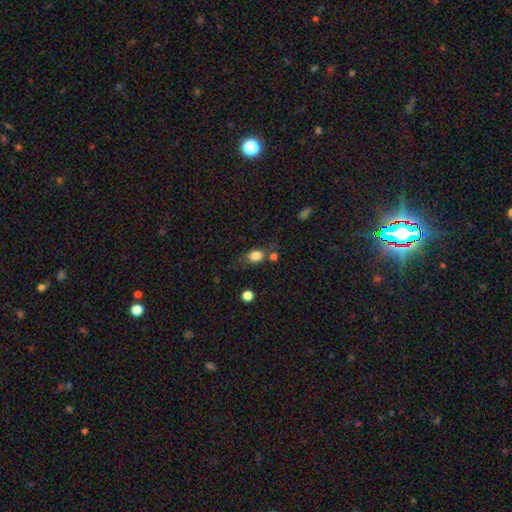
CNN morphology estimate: The model was most divided on "merging": none: 56%, minor disturbance: 22%, merger: 11%, major disturbance: 11%. More confident: smooth or featured — smooth (79%); how rounded — in between (65%).